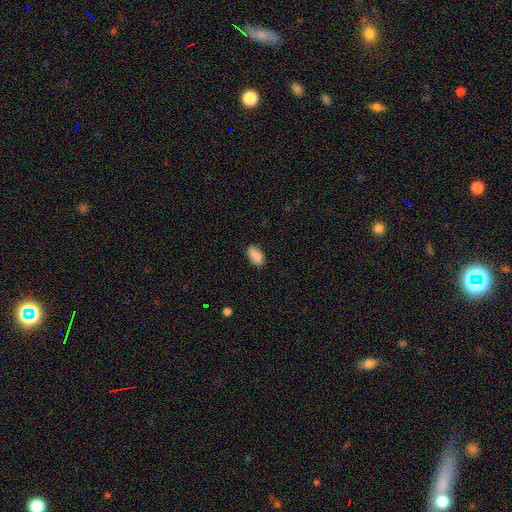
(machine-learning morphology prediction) type=smooth (87%); roundness=in between (92%); merging=none (83%).